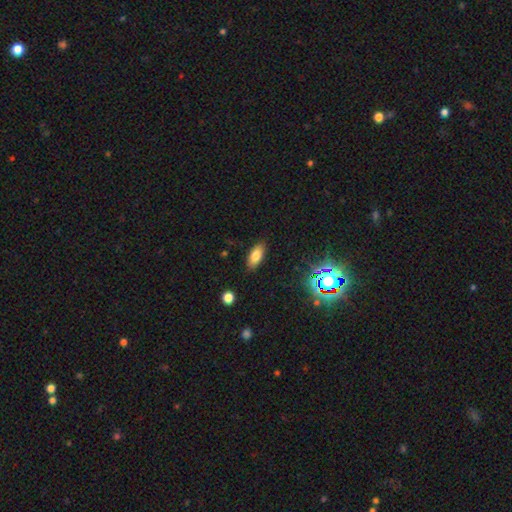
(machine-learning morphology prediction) This is likely a smooth galaxy (77%). How rounded: clearly in between (85%). Merging: clearly none (87%).